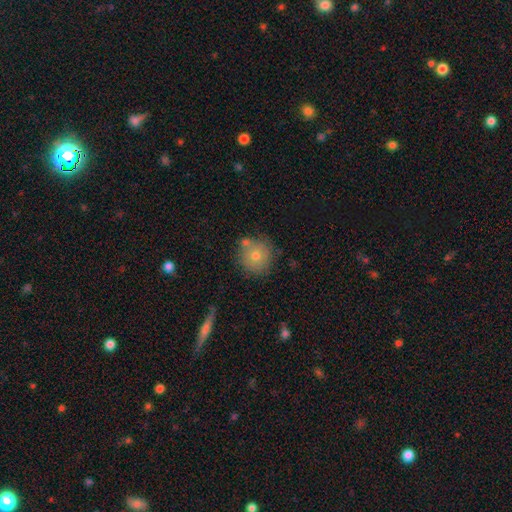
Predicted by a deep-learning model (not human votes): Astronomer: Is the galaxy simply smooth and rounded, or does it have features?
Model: smooth — 68%.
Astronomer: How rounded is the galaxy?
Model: round — 94%.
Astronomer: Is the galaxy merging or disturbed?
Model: none — 76%.